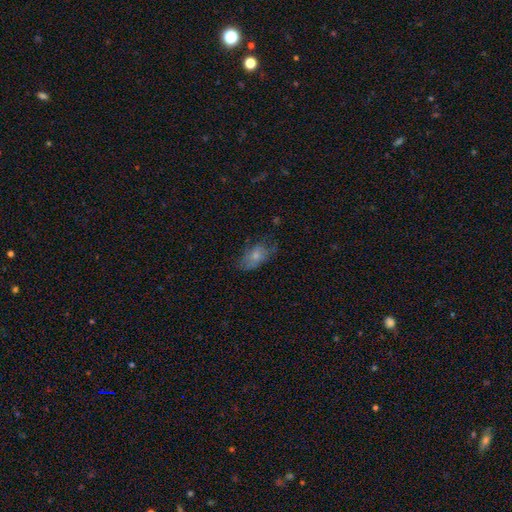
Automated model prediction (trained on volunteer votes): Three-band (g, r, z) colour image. It shows a smooth galaxy with no disk features (70%) that is in between round and cigar-shaped (90%). Merging: none (50%).